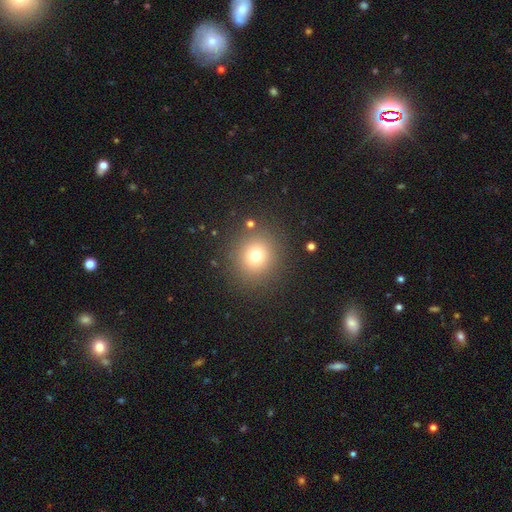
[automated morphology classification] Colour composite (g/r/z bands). It shows a smooth galaxy with no disk features (73%) that is round (89%). Merging: none (87%).